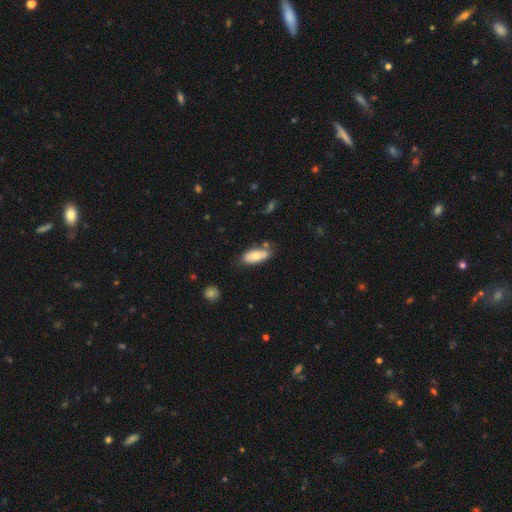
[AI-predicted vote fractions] Morphology: type=smooth (69%); roundness=in between (88%); merging=none (64%).